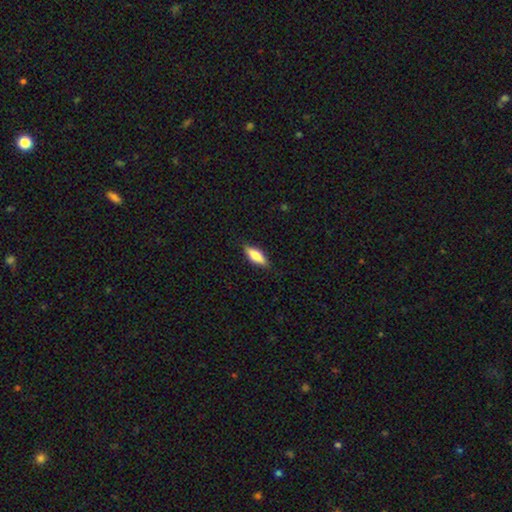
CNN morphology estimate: The model was most divided on "how rounded": in between: 58%, cigar-shaped: 39%, round: 2%. More confident: merging — none (86%); smooth or featured — smooth (70%).